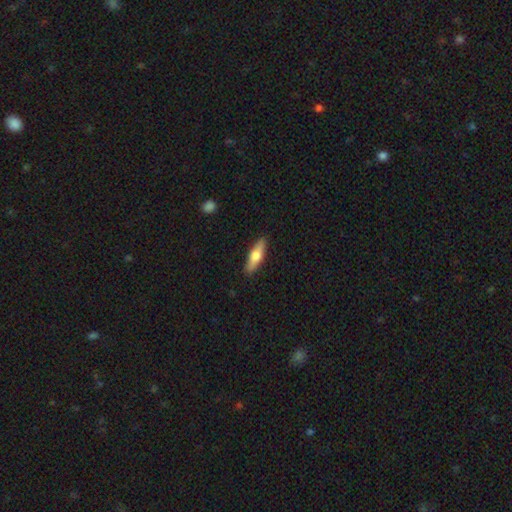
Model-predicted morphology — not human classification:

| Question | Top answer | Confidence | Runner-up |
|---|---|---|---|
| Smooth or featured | smooth | 57% | featured or disk (37%) |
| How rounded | cigar-shaped | 59% | in between (39%) |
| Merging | none | 90% | minor disturbance (8%) |